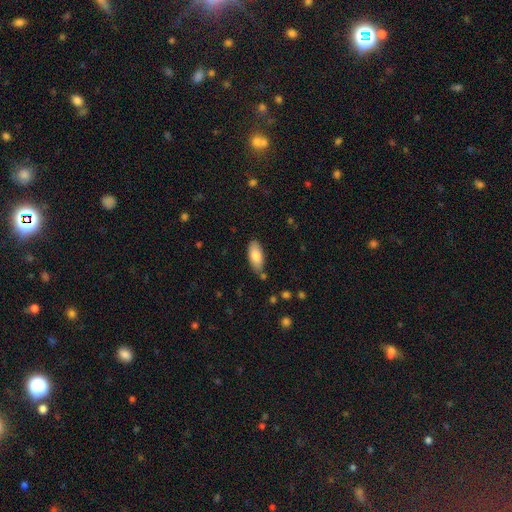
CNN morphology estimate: A smooth galaxy with no disk features (83%) that is in between round and cigar-shaped (88%). Merging: none (76%).